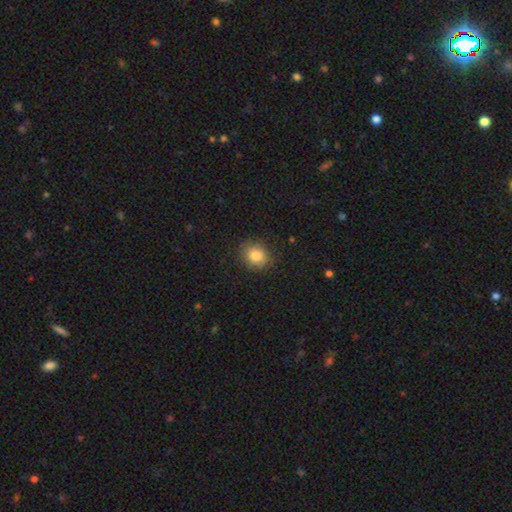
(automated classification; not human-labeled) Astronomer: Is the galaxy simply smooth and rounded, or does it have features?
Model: smooth — 84%.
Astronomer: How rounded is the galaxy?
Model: round — 67%.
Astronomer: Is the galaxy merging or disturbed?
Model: none — 85%.